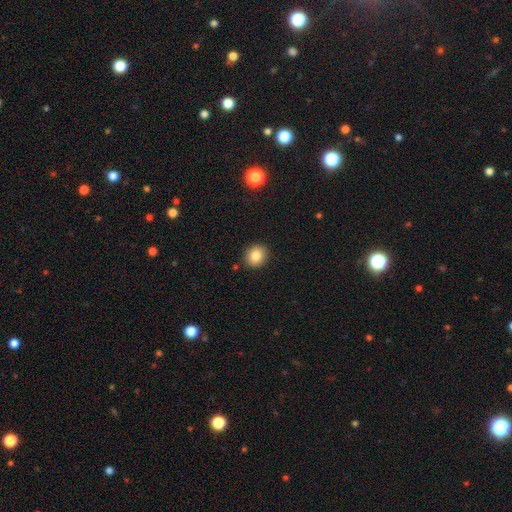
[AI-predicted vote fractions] This appears to be a smooth galaxy with no disk features (84%) that is round (83%). Merging: none (89%).